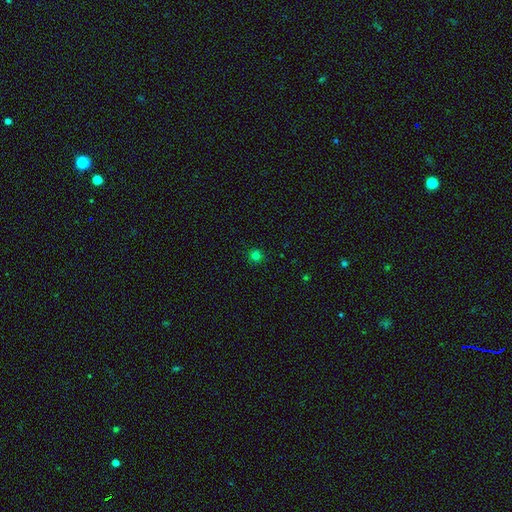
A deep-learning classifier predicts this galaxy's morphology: Smooth or featured? smooth (78%)
How rounded? round (95%)
Merging? none (92%)